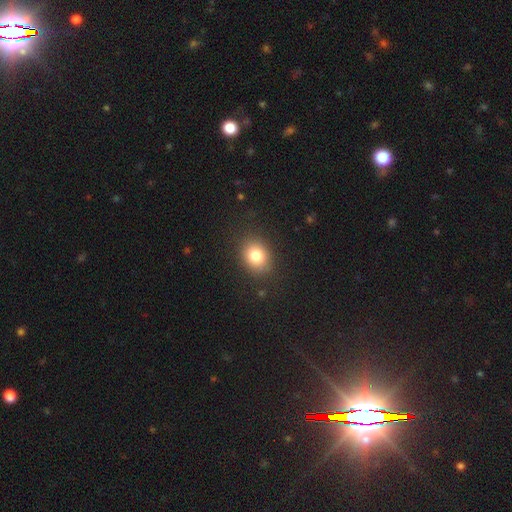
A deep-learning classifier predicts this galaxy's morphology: smooth 81%, star or artifact 11%, featured or disk 9%. Down the decision tree: how rounded — round (55%); merging — none (86%).